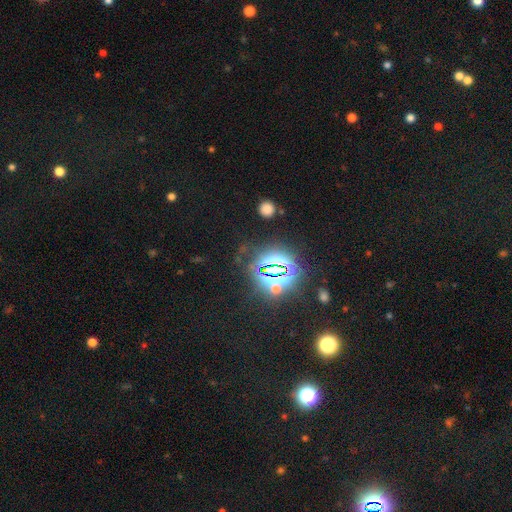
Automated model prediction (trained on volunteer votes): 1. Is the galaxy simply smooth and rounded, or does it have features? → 76% star or artifact, 16% smooth, 8% featured or disk.